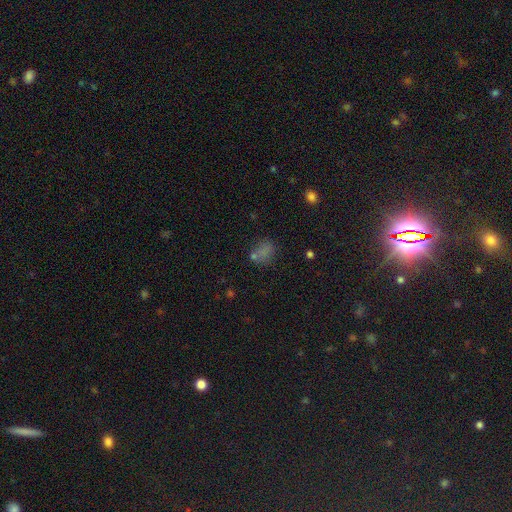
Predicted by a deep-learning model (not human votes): Smooth or featured? smooth (62%)
How rounded? in between (50%)
Merging? none (61%)